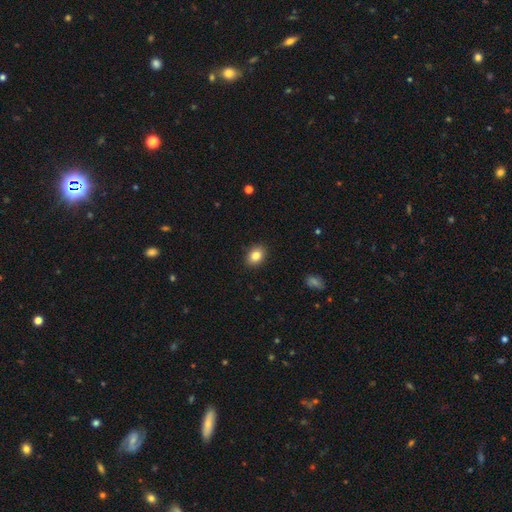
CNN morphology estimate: The model was most divided on "how rounded": in between: 63%, round: 36%, cigar-shaped: 1%. More confident: merging — none (89%); smooth or featured — smooth (85%).